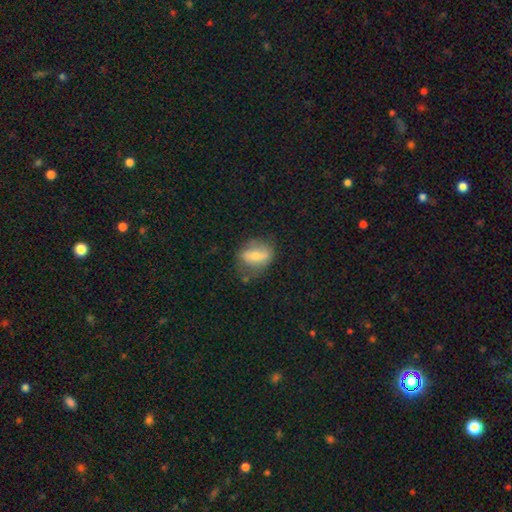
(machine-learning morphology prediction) Smooth or featured? Predicted: smooth (p=0.52). How rounded? Predicted: in between (p=0.68). Merging? Predicted: none (p=0.59).